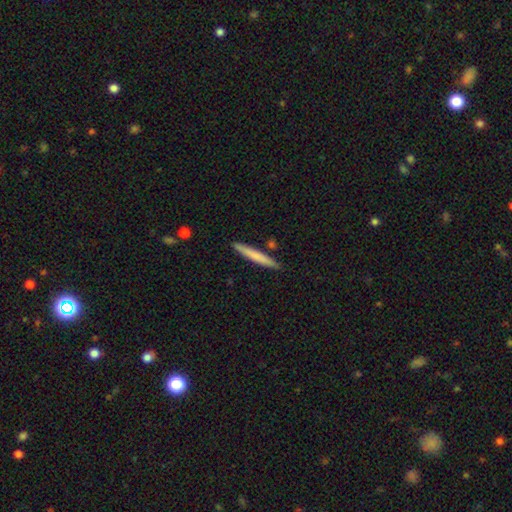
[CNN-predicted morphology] smooth 70%, featured or disk 25%, star or artifact 5%. Down the decision tree: how rounded — cigar-shaped (96%); merging — none (87%).